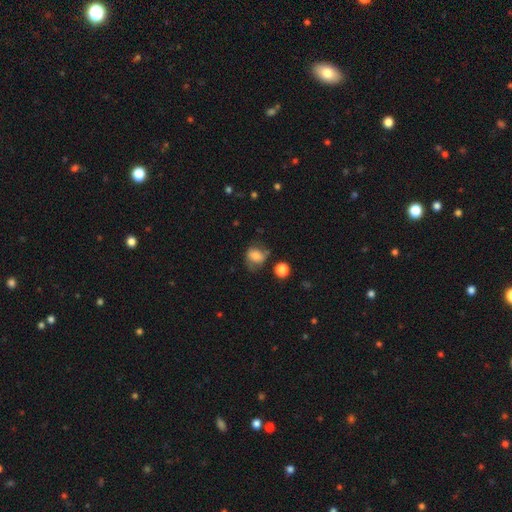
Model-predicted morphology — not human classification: Smooth or featured? Predicted: smooth (p=0.65). How rounded? Predicted: round (p=0.51). Merging? Predicted: none (p=0.51).